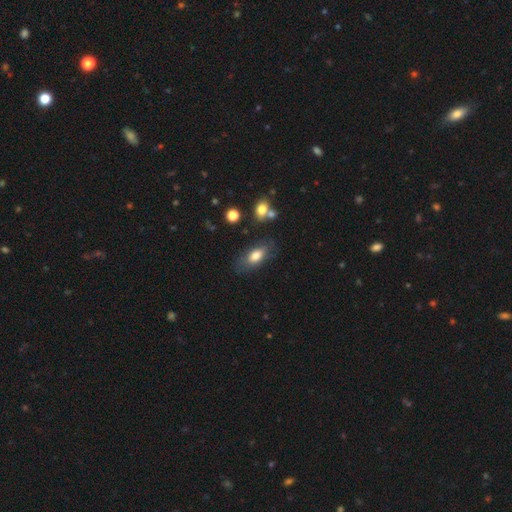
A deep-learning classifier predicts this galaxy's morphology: Smooth or featured? smooth (77%)
How rounded? in between (83%)
Merging? none (73%)